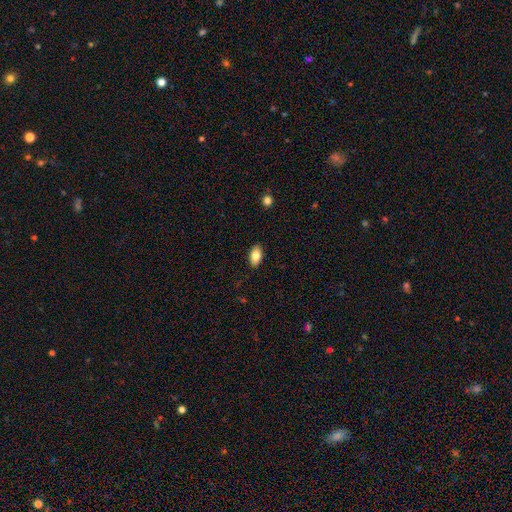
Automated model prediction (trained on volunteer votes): Q: Smooth or featured?
A: smooth (83%); runner-up: featured or disk (10%)
Q: How rounded?
A: in between (92%); runner-up: round (5%)
Q: Merging?
A: none (88%); runner-up: minor disturbance (9%)